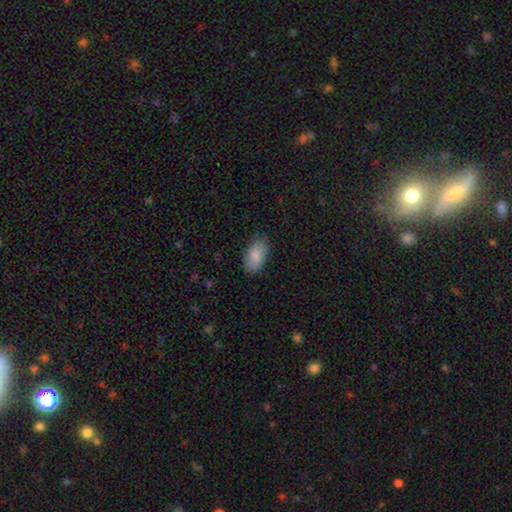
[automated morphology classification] This appears to be a smooth galaxy with no disk features (86%) that is in between round and cigar-shaped (94%). Merging: none (84%).